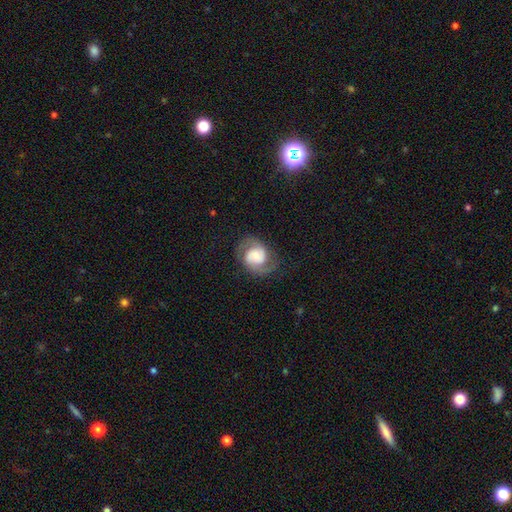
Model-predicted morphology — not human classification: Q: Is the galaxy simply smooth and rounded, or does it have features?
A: featured or disk — 81%.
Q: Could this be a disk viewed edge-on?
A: no — 98%.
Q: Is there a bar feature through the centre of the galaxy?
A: no — 55%.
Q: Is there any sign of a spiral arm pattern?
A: yes — 95%.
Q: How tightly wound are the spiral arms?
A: medium — 51%.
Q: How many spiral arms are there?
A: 2 — 91%.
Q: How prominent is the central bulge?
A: moderate — 49%.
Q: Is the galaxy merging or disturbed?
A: none — 77%.